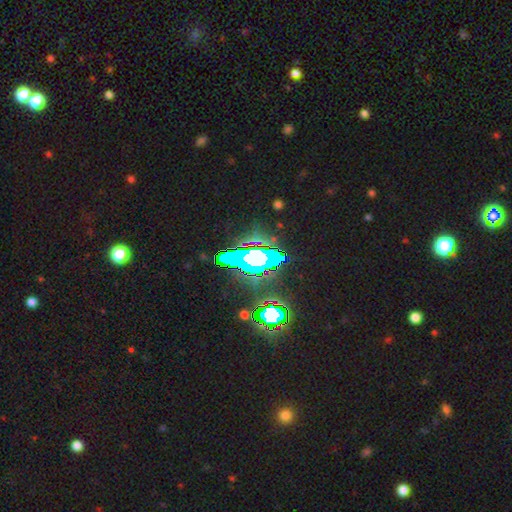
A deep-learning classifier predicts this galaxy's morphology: A star or artifact, not a galaxy (56%).